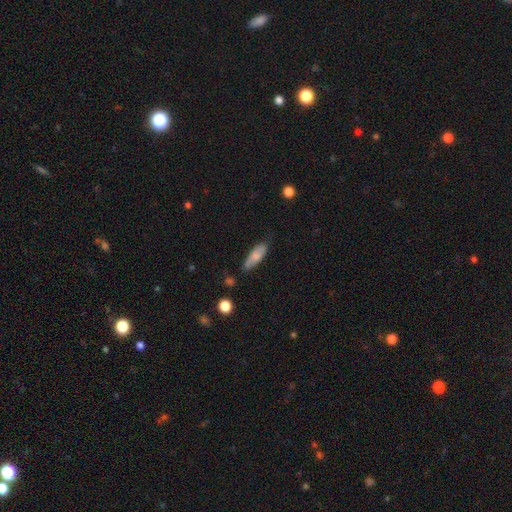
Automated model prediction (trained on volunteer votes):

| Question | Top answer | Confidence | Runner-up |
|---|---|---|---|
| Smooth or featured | smooth | 76% | featured or disk (17%) |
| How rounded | in between | 56% | cigar-shaped (42%) |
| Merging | none | 70% | minor disturbance (23%) |